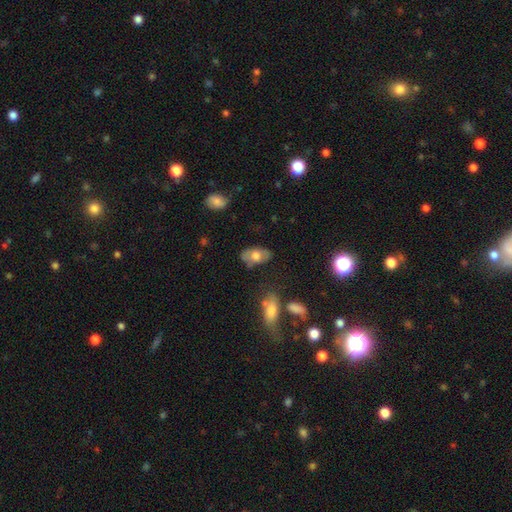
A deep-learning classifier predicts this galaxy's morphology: A smooth galaxy with no disk features (61%) that is in between round and cigar-shaped (90%).

Vote fractions:
- Smooth or featured? smooth: 61% / featured or disk: 32% / star or artifact: 7%
- How rounded? in between: 90% / round: 7% / cigar-shaped: 3%
- Merging? none: 70% / minor disturbance: 20% / major disturbance: 6% / merger: 4%